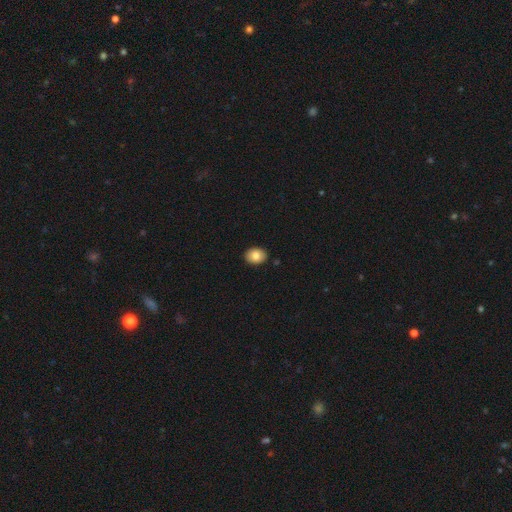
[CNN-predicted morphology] Q: Smooth or featured?
A: smooth (83%); runner-up: featured or disk (9%)
Q: How rounded?
A: in between (61%); runner-up: round (38%)
Q: Merging?
A: none (89%); runner-up: minor disturbance (8%)